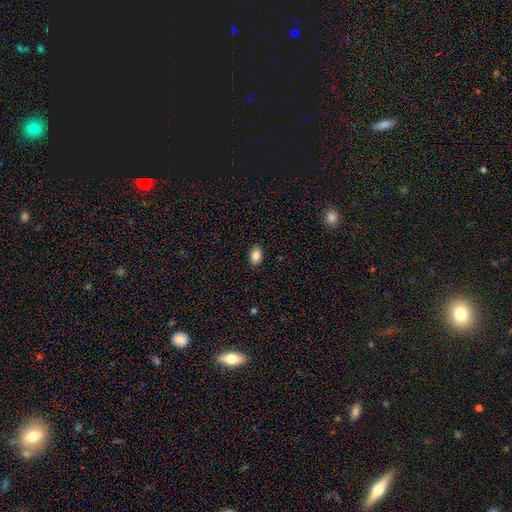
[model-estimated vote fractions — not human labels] Q: Smooth or featured?
A: smooth (84%); runner-up: star or artifact (8%)
Q: How rounded?
A: in between (79%); runner-up: round (20%)
Q: Merging?
A: none (90%); runner-up: minor disturbance (8%)